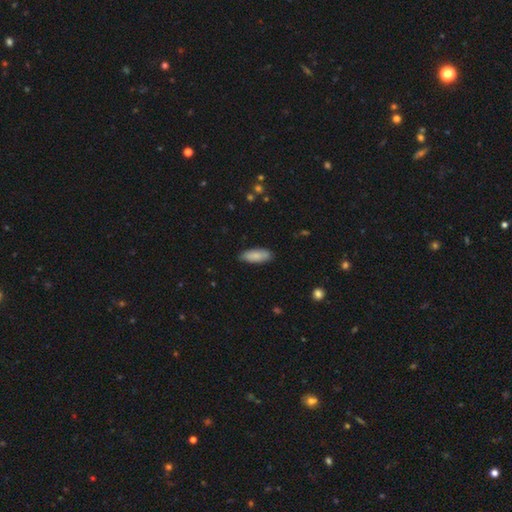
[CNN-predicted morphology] The model was most divided on "how rounded": in between: 75%, cigar-shaped: 24%, round: 2%. More confident: smooth or featured — smooth (85%); merging — none (85%).